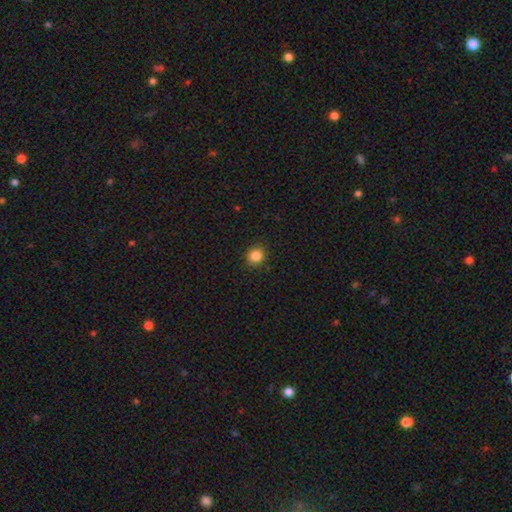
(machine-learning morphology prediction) A smooth galaxy with no disk features (85%) that is round (86%).

Vote fractions:
- Smooth or featured? smooth: 85% / star or artifact: 11% / featured or disk: 4%
- How rounded? round: 86% / in between: 13% / cigar-shaped: 1%
- Merging? none: 91% / minor disturbance: 6% / major disturbance: 2% / merger: 1%